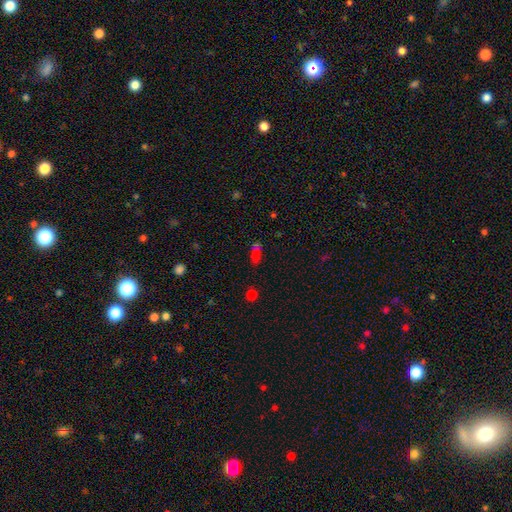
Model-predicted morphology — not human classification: Smooth or featured? smooth (59%)
How rounded? in between (65%)
Merging? none (61%)